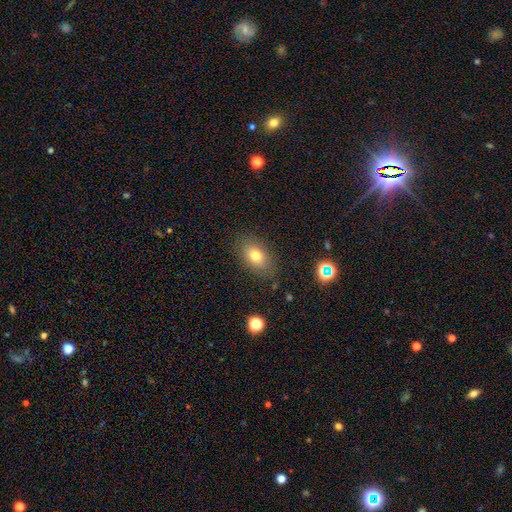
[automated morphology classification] Overall: smooth (75%). How rounded: in between (82%). Merging: none (82%).